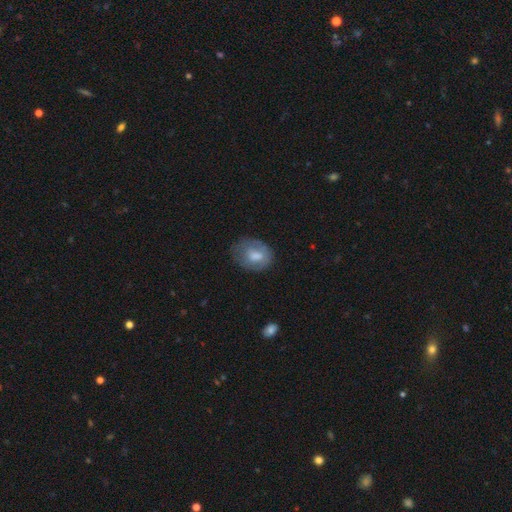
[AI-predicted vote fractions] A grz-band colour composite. It shows a smooth galaxy with no disk features (62%) that is in between round and cigar-shaped (58%). Merging: none (56%).